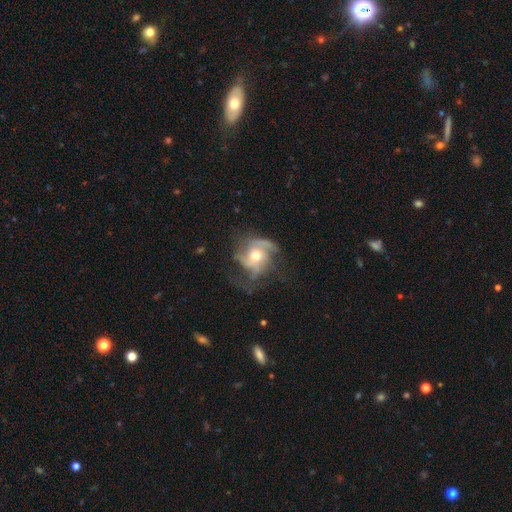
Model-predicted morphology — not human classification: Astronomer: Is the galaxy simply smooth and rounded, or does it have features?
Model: featured or disk — 75%.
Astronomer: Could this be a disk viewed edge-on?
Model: no — 97%.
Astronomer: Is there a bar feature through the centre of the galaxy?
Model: no — 72%.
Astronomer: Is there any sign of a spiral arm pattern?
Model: yes — 89%.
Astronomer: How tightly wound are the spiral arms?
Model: medium — 44% (runner-up: loose, 32%).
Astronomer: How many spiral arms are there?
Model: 3 — 41% (runner-up: 2, 24%).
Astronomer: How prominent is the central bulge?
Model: moderate — 70%.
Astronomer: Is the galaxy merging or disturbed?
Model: none — 49% (runner-up: major disturbance, 26%).